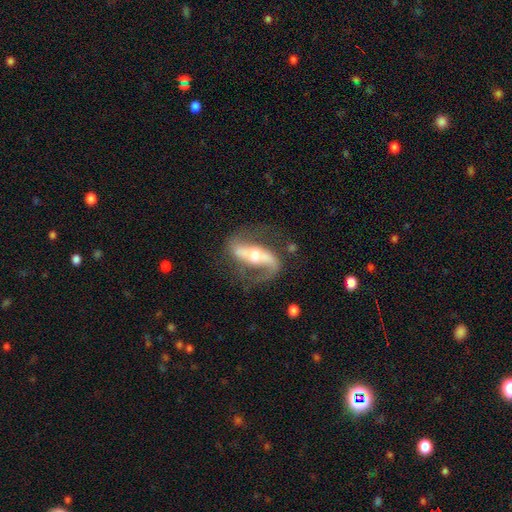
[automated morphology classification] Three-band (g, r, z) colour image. It shows a featured or disk galaxy (87%) with a strong bar (60%), 2 (88%) loose (45%) spiral arms (93%) and a moderate central bulge (62%). Merging: none (69%).